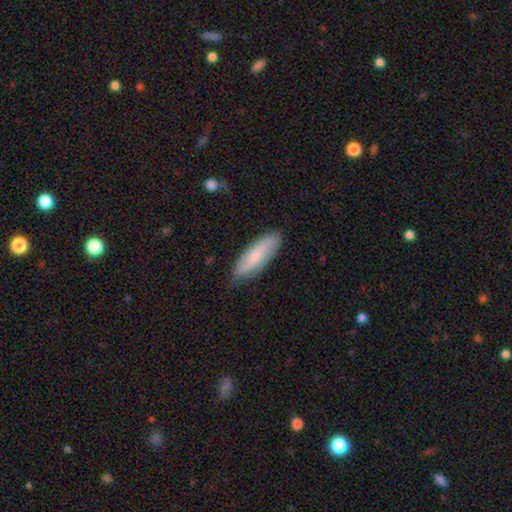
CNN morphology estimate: type=smooth (65%); roundness=in between (51%); merging=none (83%).